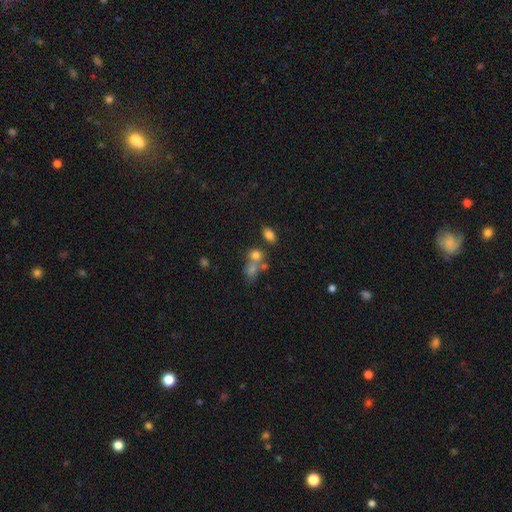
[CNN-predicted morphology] This appears to be a smooth galaxy with no disk features (70%) that is round (51%). Merging: merger (44%).